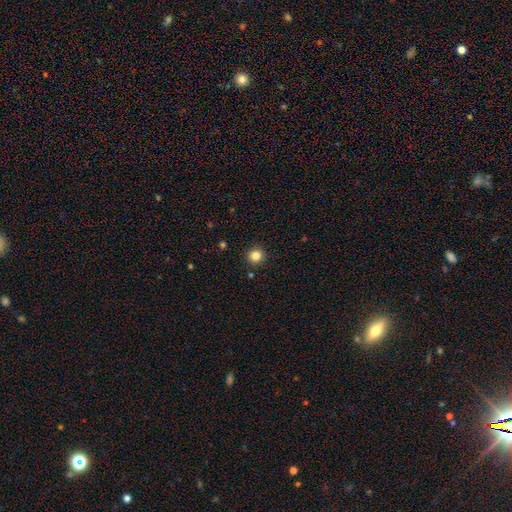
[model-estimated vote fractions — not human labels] Q: Smooth or featured?
A: smooth (83%); runner-up: star or artifact (12%)
Q: How rounded?
A: round (93%); runner-up: in between (6%)
Q: Merging?
A: none (91%); runner-up: minor disturbance (5%)